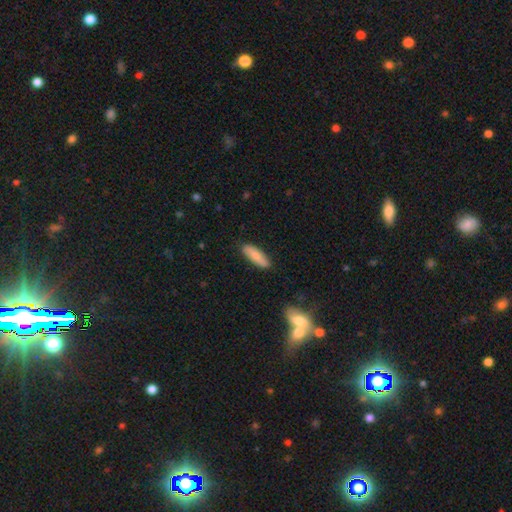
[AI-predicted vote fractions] A smooth galaxy with no disk features (79%) that is cigar-shaped (51%). Merging: none (85%).